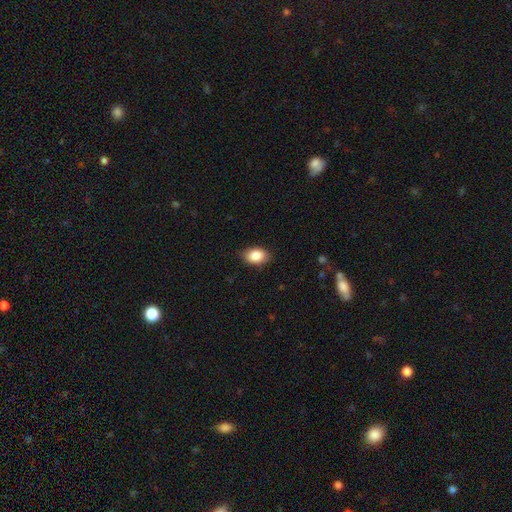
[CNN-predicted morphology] Q: Smooth or featured?
A: smooth (87%); runner-up: star or artifact (7%)
Q: How rounded?
A: in between (84%); runner-up: round (14%)
Q: Merging?
A: none (83%); runner-up: minor disturbance (14%)